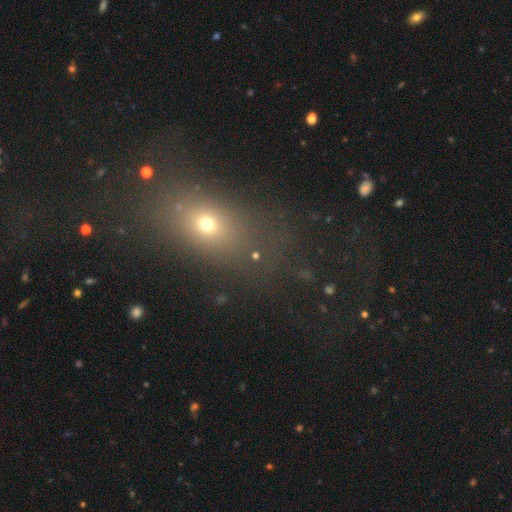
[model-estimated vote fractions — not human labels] smooth-or-featured: smooth: 57% | star or artifact: 29% | featured or disk: 14%
  how-rounded: in between: 56% | round: 37% | cigar-shaped: 7%
  merging: none: 70% | minor disturbance: 13% | major disturbance: 10% | merger: 8%